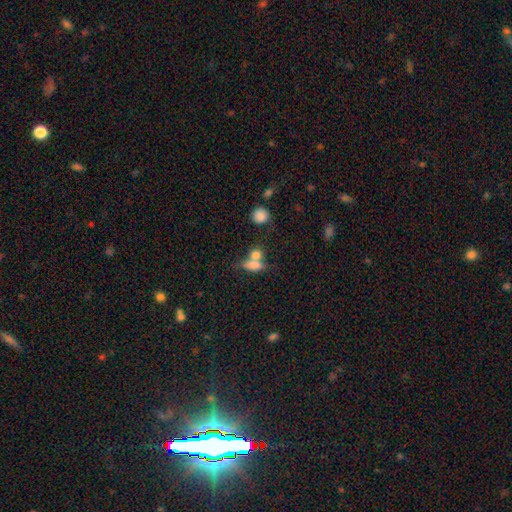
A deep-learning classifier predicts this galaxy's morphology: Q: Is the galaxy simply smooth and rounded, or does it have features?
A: smooth — 75%.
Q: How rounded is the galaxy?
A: in between — 61%.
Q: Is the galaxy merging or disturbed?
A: merger — 48%.